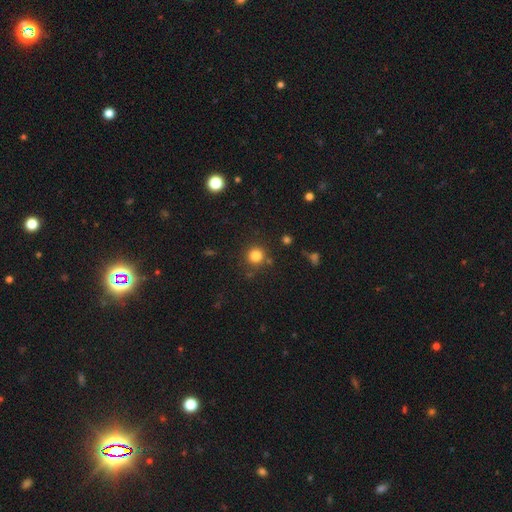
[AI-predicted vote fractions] Smooth or featured: smooth — 81% (star or artifact — 13%)
How rounded: round — 93% (in between — 6%)
Merging: none — 84% (minor disturbance — 8%)